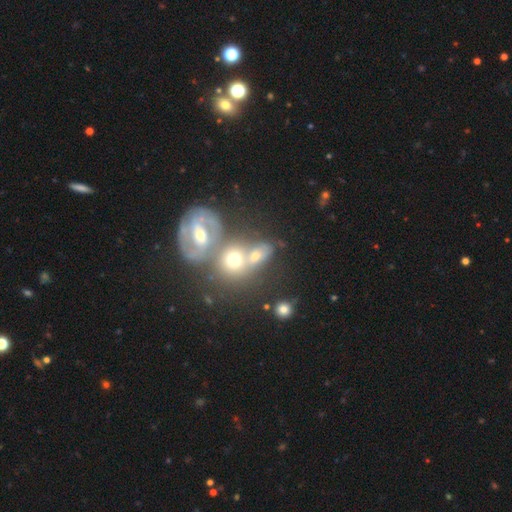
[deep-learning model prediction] Overall: smooth (52%; featured or disk 34%). How rounded: round (51%; in between 46%). Merging: merger (54%; none 28%).